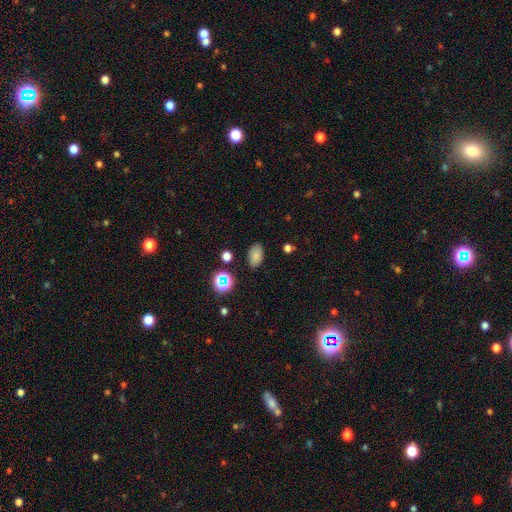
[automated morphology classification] A smooth galaxy with no disk features (77%) that is in between round and cigar-shaped (90%).

Vote fractions:
- Smooth or featured? smooth: 77% / star or artifact: 15% / featured or disk: 8%
- How rounded? in between: 90% / round: 9% / cigar-shaped: 2%
- Merging? none: 83% / minor disturbance: 12% / major disturbance: 3% / merger: 2%